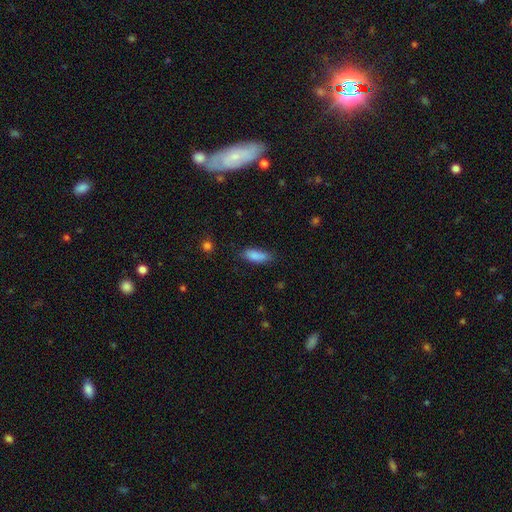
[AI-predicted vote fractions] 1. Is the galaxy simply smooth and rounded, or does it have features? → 85% smooth, 8% star or artifact, 7% featured or disk.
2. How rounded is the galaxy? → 74% in between, 24% cigar-shaped, 2% round.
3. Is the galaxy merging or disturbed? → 64% none, 26% minor disturbance, 6% major disturbance, 4% merger.